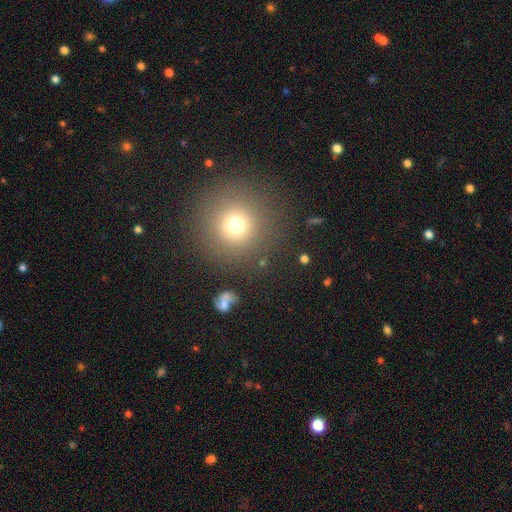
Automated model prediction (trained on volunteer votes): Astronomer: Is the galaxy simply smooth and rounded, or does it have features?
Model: smooth — 63%.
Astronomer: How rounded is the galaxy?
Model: round — 95%.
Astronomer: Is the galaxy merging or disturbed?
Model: none — 90%.